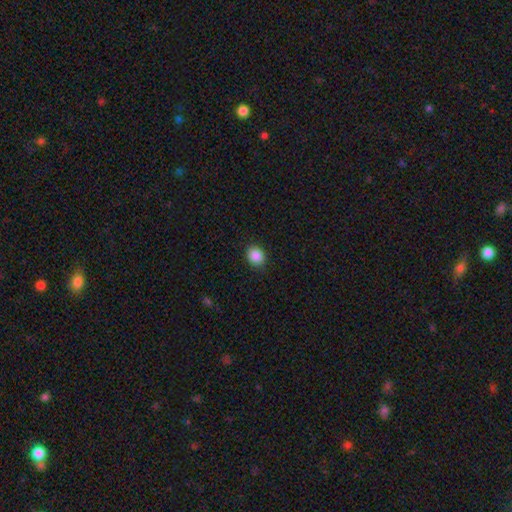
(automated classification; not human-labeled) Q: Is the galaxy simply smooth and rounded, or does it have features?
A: smooth — 88%.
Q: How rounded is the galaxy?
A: round — 60%.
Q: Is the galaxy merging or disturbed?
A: none — 89%.